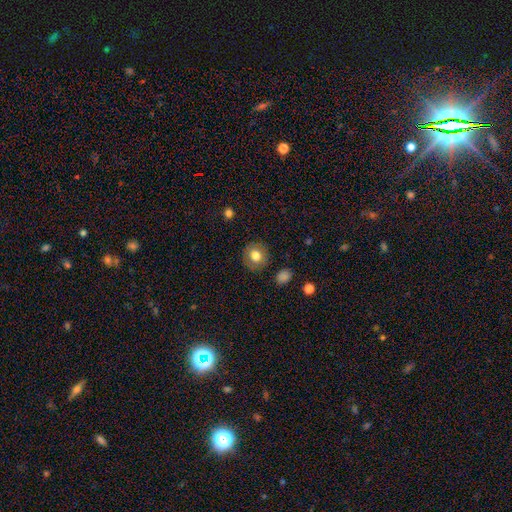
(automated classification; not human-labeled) Smooth or featured?
  - smooth: 79% *
  - featured or disk: 12%
  - star or artifact: 9%
How rounded?
  - round: 86% *
  - in between: 13%
  - cigar-shaped: 1%
Merging?
  - none: 89% *
  - minor disturbance: 8%
  - major disturbance: 2%
  - merger: 1%